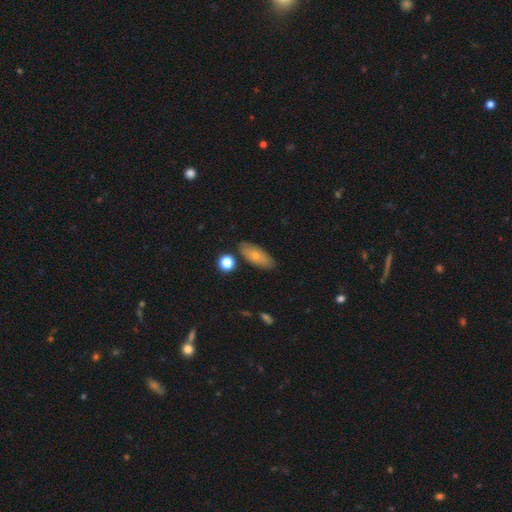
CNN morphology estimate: Q: Smooth or featured?
A: smooth (71%); runner-up: featured or disk (22%)
Q: How rounded?
A: in between (80%); runner-up: cigar-shaped (16%)
Q: Merging?
A: none (82%); runner-up: minor disturbance (12%)